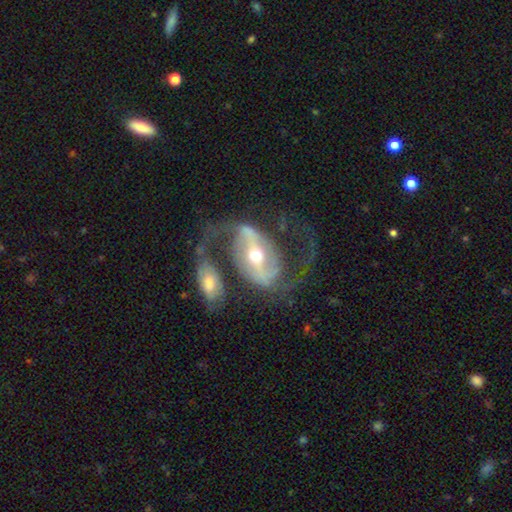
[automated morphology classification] This is clearly a featured or disk galaxy (88%). It is clearly not viewed edge-on (96%). Bar: possibly strong (57%). Spiral arm pattern: clearly yes (92%). Spiral arm count: clearly 2 (90%). Spiral winding: marginally loose (43%, tied with medium). Central bulge: likely moderate (65%). Merging: possibly none (48%).